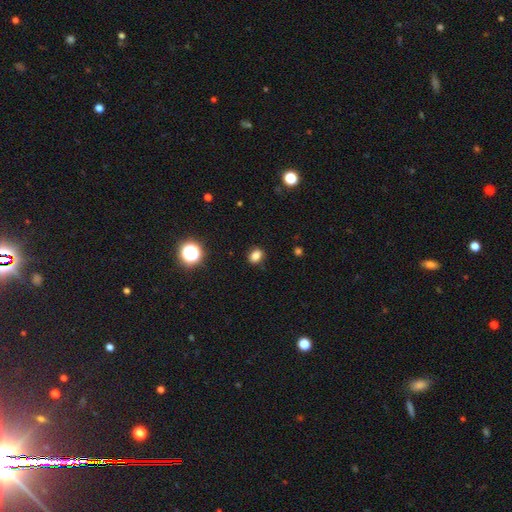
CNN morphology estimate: Overall: smooth (82%). How rounded: in between (54%; round 45%). Merging: none (88%).